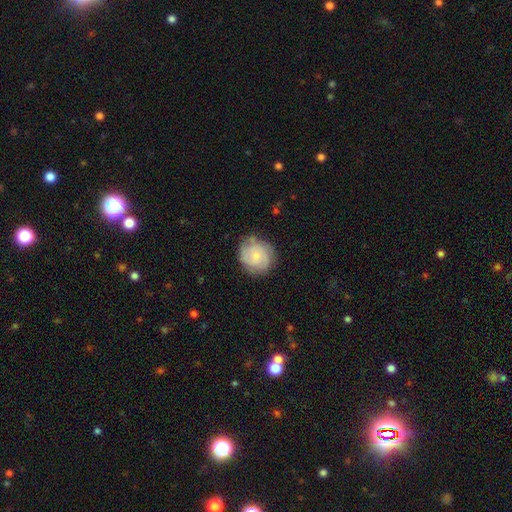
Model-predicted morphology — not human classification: Q: Smooth or featured?
A: featured or disk (48%); runner-up: smooth (45%)
Q: Merging?
A: none (74%); runner-up: minor disturbance (19%)